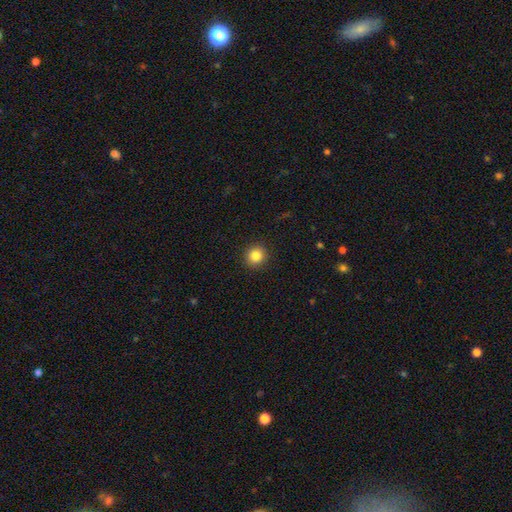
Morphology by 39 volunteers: This is clearly a smooth galaxy (82%). How rounded: clearly round (91%). Merging: clearly none (91%).